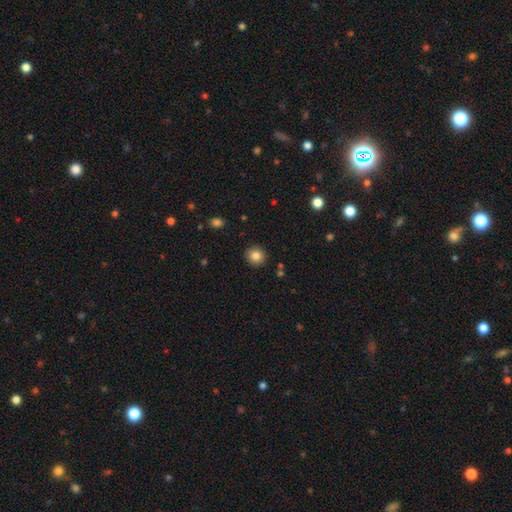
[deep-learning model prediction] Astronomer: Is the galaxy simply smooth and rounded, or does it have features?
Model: smooth — 84%.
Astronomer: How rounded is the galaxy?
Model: round — 90%.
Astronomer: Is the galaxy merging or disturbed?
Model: none — 91%.